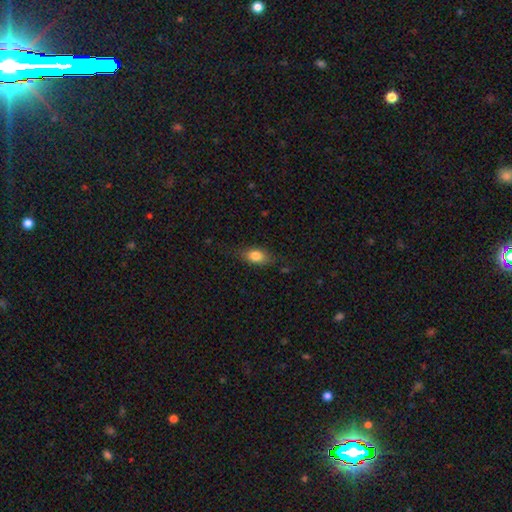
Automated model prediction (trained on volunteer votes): smooth_or_featured: smooth (p=0.80) [alt: featured or disk p=0.12]
how_rounded: in between (p=0.82) [alt: round p=0.10]
merging: none (p=0.74) [alt: minor disturbance p=0.19]